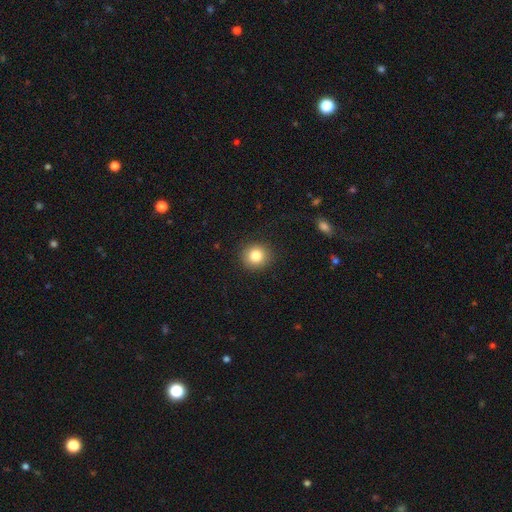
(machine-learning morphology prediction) Smooth or featured? smooth (83%)
How rounded? round (89%)
Merging? none (91%)